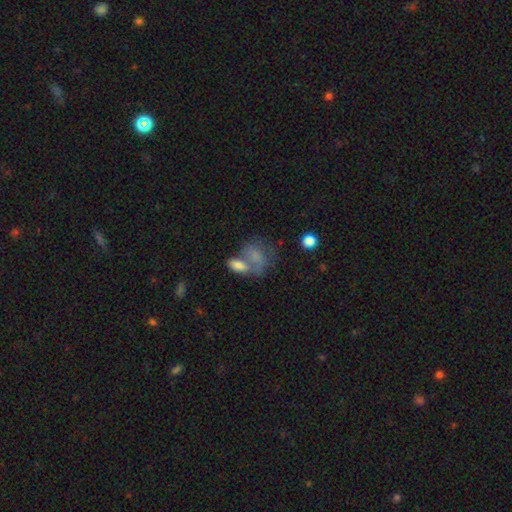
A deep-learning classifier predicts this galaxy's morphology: Smooth or featured: smooth — 67% (featured or disk — 22%)
How rounded: in between — 66% (round — 32%)
Merging: merger — 43% (none — 28%)